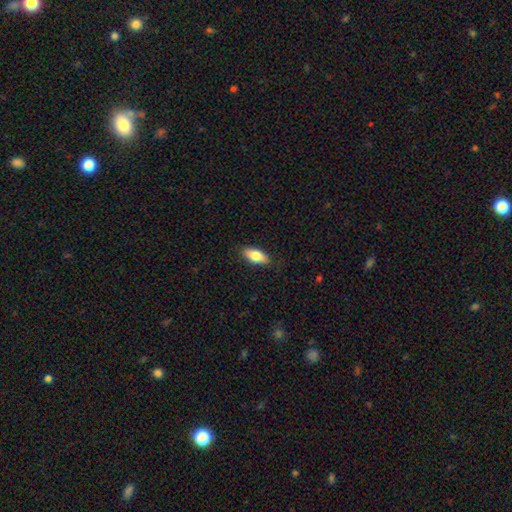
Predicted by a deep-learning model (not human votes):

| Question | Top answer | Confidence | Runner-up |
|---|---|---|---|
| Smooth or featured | smooth | 80% | featured or disk (14%) |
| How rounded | in between | 85% | cigar-shaped (12%) |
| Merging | none | 86% | minor disturbance (11%) |